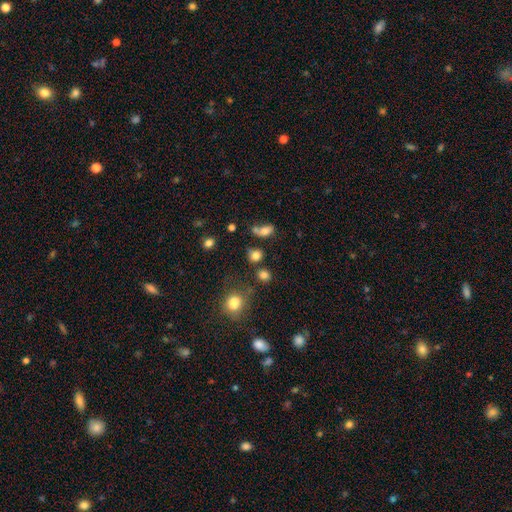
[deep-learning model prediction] This is likely a smooth galaxy (79%). How rounded: likely round (68%). Merging: likely none (61%).